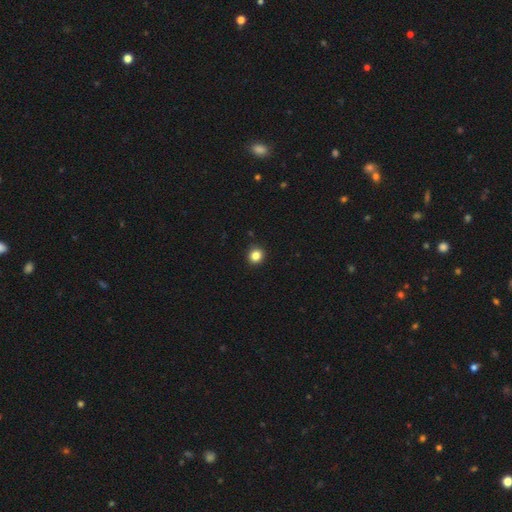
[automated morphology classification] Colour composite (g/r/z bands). It shows a smooth galaxy with no disk features (84%) that is round (88%). Merging: none (92%).